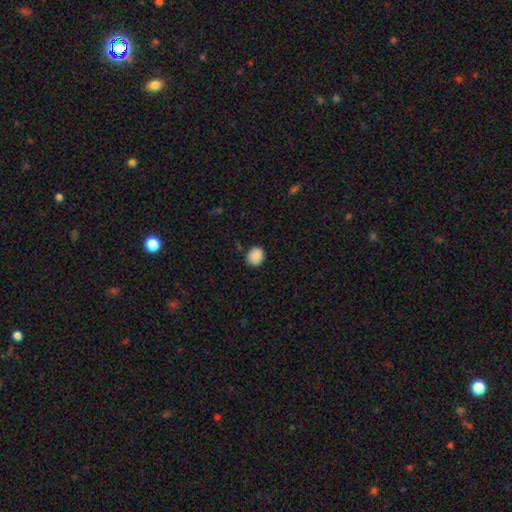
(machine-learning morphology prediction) The model was most divided on "how rounded": round: 70%, in between: 29%, cigar-shaped: 1%. More confident: smooth or featured — smooth (89%); merging — none (82%).